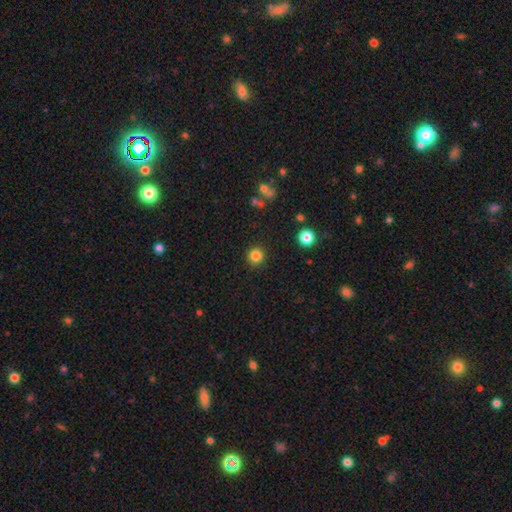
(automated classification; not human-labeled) Morphology: type=smooth (84%); roundness=round (94%); merging=none (90%).